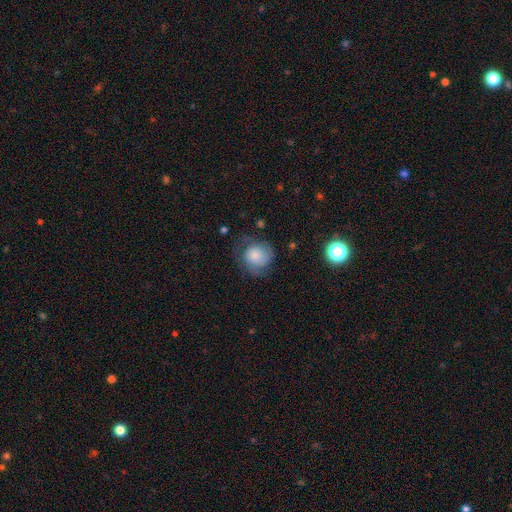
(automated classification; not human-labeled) Smooth or featured?
  - smooth: 53% *
  - featured or disk: 38%
  - star or artifact: 9%
How rounded?
  - round: 81% *
  - in between: 18%
  - cigar-shaped: 1%
Merging?
  - none: 56% *
  - minor disturbance: 25%
  - major disturbance: 18%
  - merger: 2%